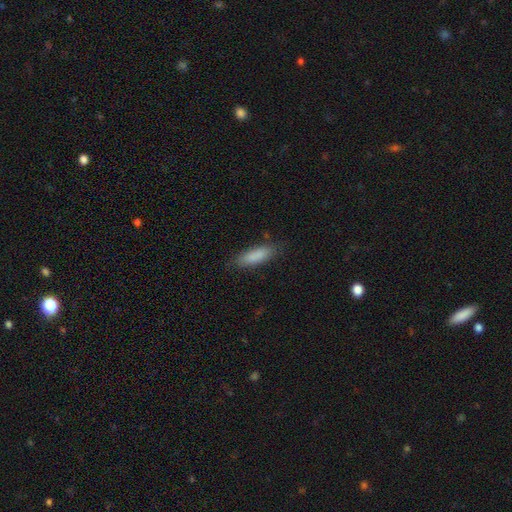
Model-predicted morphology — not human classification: smooth_or_featured: smooth (p=0.87) [alt: featured or disk p=0.07]
how_rounded: in between (p=0.56) [alt: cigar-shaped p=0.42]
merging: none (p=0.83) [alt: minor disturbance p=0.13]